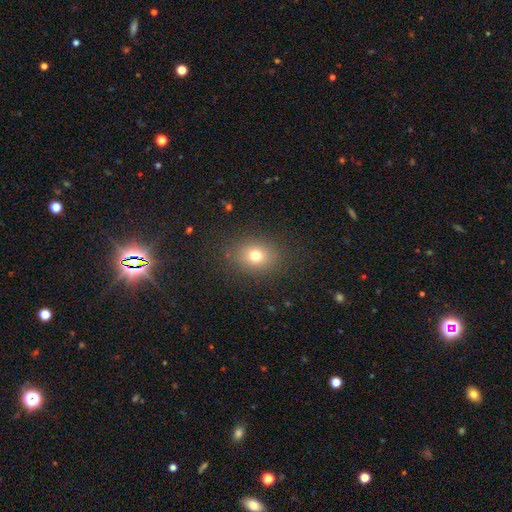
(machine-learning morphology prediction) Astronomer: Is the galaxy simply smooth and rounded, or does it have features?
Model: smooth — 75%.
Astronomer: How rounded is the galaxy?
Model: round — 56% (runner-up: in between, 43%).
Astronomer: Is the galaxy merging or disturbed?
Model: none — 86%.